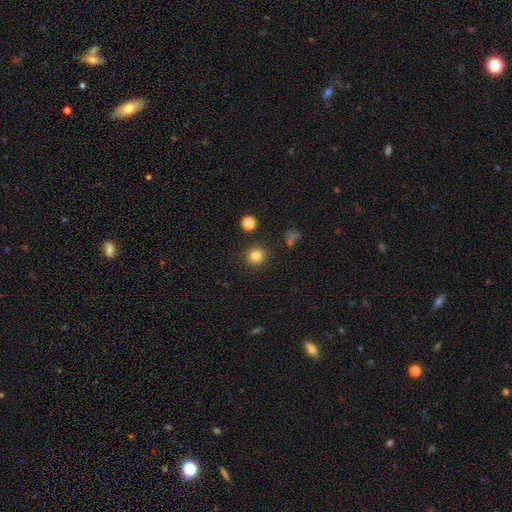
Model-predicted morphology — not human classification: Smooth or featured?
  - smooth: 82% *
  - star or artifact: 13%
  - featured or disk: 5%
How rounded?
  - round: 92% *
  - in between: 7%
  - cigar-shaped: 1%
Merging?
  - none: 89% *
  - minor disturbance: 6%
  - major disturbance: 2%
  - merger: 2%